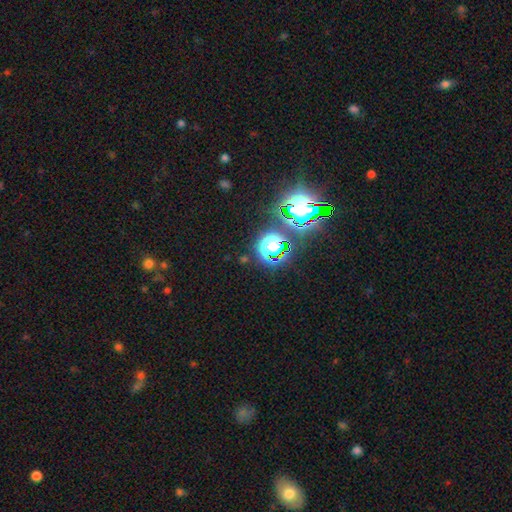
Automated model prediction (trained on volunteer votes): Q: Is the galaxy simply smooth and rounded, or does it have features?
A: star or artifact — 79%.